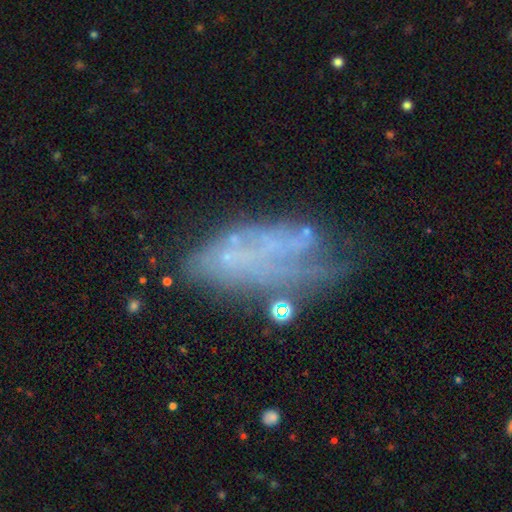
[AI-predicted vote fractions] Morphology: type=featured or disk (56%); edge-on=no (93%); bar=no (89%); spiral arms=no (77%); bulge=none (81%); merging=none (38%).